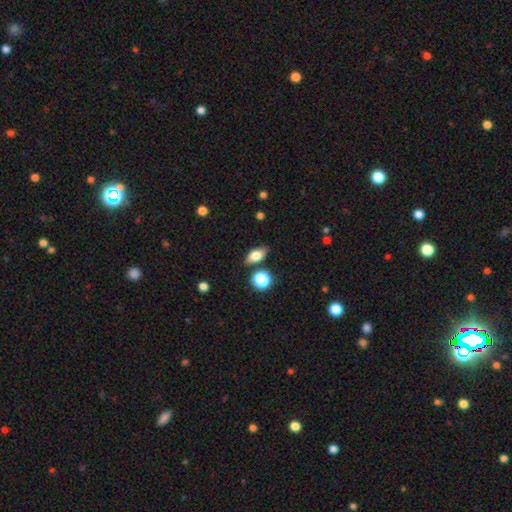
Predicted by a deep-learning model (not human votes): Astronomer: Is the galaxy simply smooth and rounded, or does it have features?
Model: smooth — 75%.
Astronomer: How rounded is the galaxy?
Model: in between — 79%.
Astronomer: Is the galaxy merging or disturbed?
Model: none — 79%.